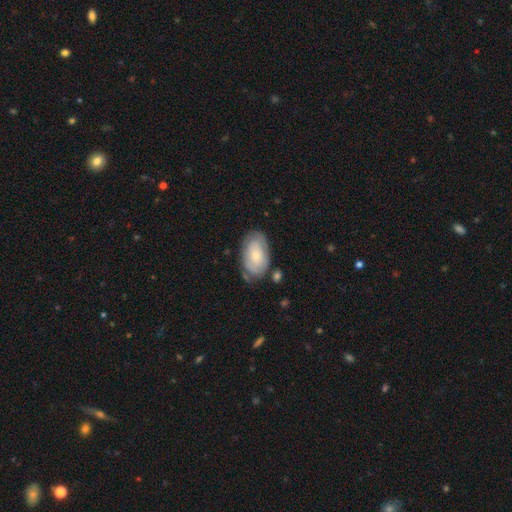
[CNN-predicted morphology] smooth_or_featured: smooth (p=0.60) [alt: featured or disk p=0.34]
how_rounded: in between (p=0.92) [alt: round p=0.06]
merging: none (p=0.66) [alt: minor disturbance p=0.23]